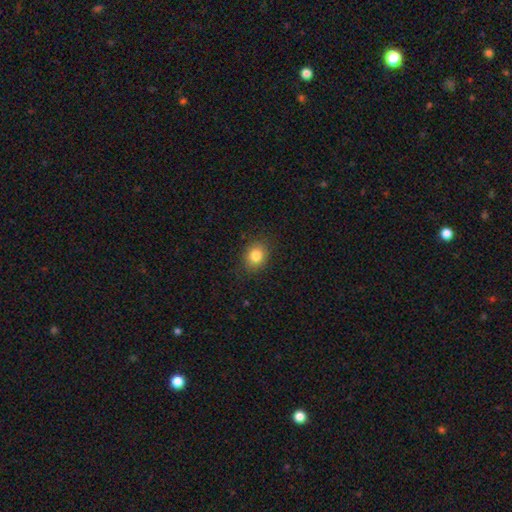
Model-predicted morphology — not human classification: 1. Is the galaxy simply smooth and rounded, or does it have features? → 83% smooth, 11% star or artifact, 7% featured or disk.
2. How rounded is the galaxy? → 60% round, 39% in between, 1% cigar-shaped.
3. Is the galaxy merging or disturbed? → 87% none, 10% minor disturbance, 3% major disturbance, 1% merger.